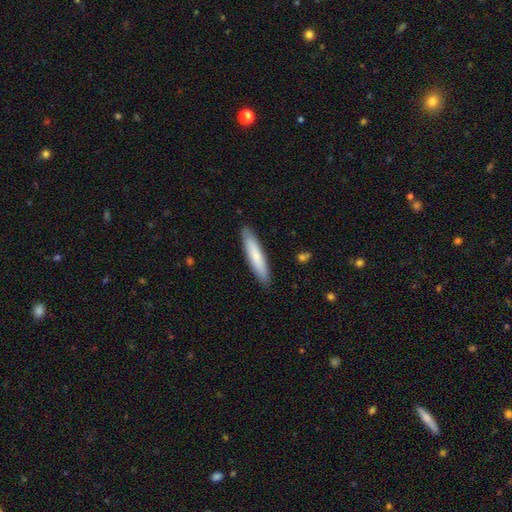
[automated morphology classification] smooth 76%, featured or disk 19%, star or artifact 5%. Down the decision tree: how rounded — cigar-shaped (87%); merging — none (90%).